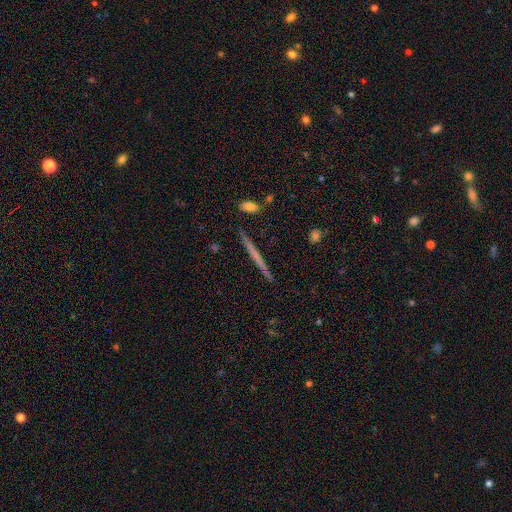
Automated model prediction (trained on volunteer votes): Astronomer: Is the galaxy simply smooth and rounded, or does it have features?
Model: featured or disk — 56% (runner-up: smooth, 38%).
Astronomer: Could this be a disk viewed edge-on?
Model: yes — 98%.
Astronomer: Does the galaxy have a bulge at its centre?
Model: none — 85%.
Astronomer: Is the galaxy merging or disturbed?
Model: none — 92%.